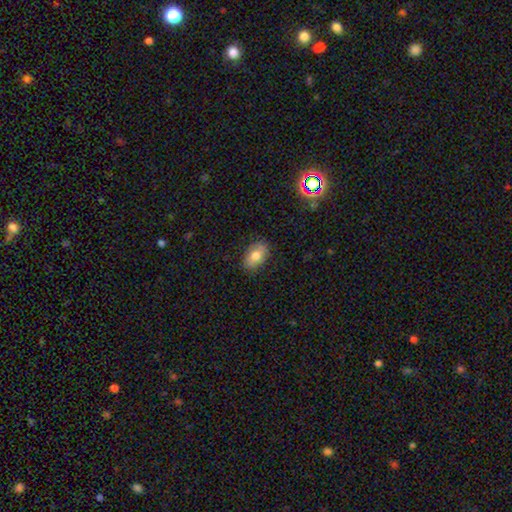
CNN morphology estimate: smooth_or_featured: smooth (p=0.75) [alt: featured or disk p=0.16]
how_rounded: in between (p=0.89) [alt: round p=0.09]
merging: none (p=0.85) [alt: minor disturbance p=0.11]